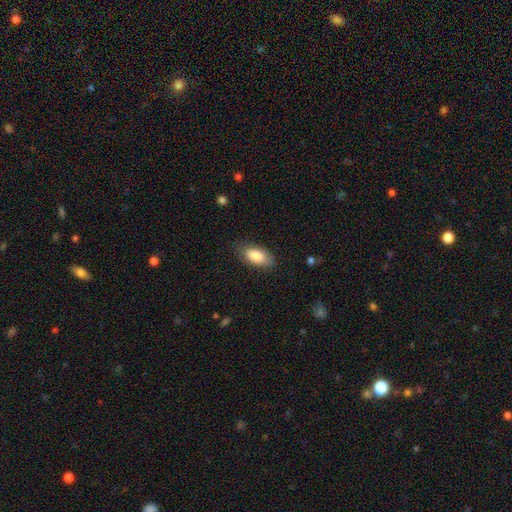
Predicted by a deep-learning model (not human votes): Smooth or featured? smooth (85%)
How rounded? in between (91%)
Merging? none (79%)